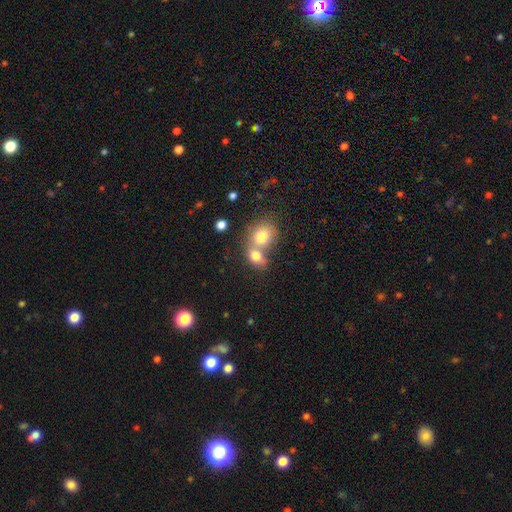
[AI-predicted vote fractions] This is likely a smooth galaxy (77%). How rounded: possibly in between (51%). Merging: likely merger (63%).